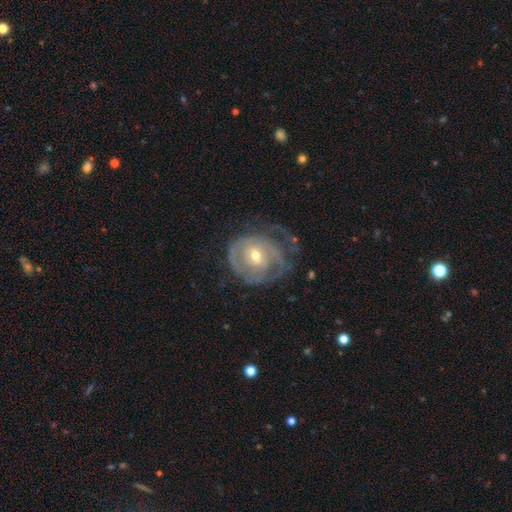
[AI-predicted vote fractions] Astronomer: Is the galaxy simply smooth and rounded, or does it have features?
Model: featured or disk — 80%.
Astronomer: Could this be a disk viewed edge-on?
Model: no — 97%.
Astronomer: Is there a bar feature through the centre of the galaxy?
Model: no — 51% (runner-up: weak, 39%).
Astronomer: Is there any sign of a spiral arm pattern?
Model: yes — 86%.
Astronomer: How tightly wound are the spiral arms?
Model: tight — 67%.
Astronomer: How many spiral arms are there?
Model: can't tell — 40% (runner-up: 2, 27%).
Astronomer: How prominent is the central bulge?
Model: moderate — 57% (runner-up: small, 39%).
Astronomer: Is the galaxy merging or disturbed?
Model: none — 50% (runner-up: minor disturbance, 25%).